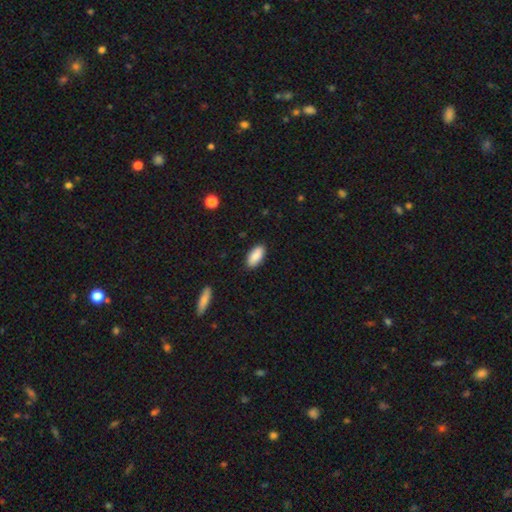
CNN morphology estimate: type=smooth (89%); roundness=in between (89%); merging=none (88%).